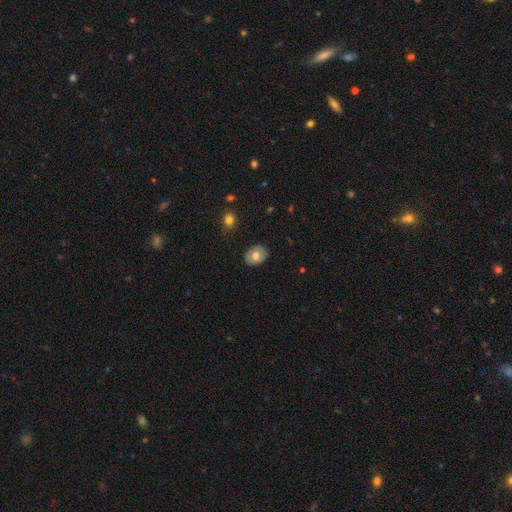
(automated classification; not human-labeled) A smooth galaxy with no disk features (66%) that is in between round and cigar-shaped (59%). Merging: none (84%).